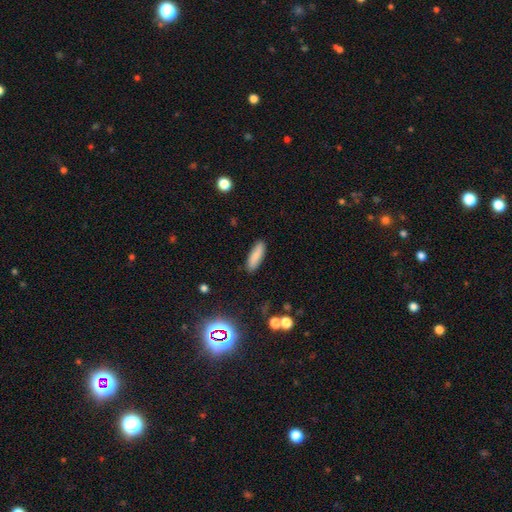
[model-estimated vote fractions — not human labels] Morphology: type=smooth (83%); roundness=cigar-shaped (53%); merging=none (88%).